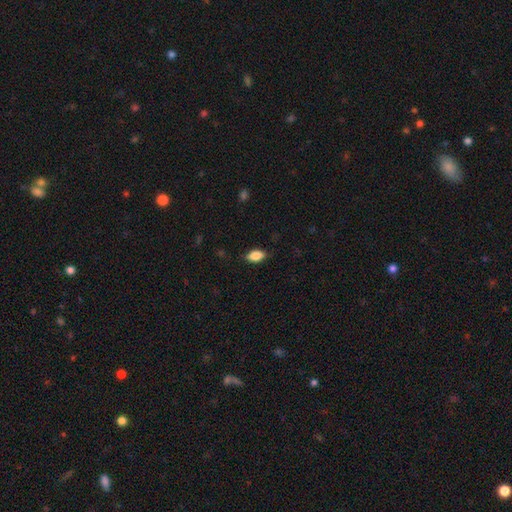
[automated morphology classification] A smooth galaxy with no disk features (83%) that is in between round and cigar-shaped (89%). Merging: none (82%).